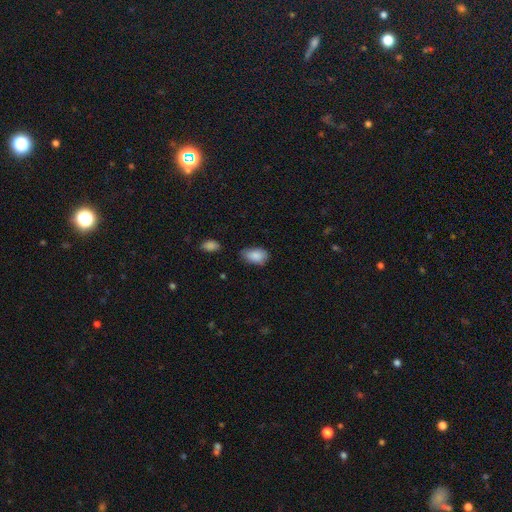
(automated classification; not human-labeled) smooth-or-featured: smooth: 87% | star or artifact: 8% | featured or disk: 5%
  how-rounded: in between: 89% | round: 9% | cigar-shaped: 2%
  merging: none: 59% | minor disturbance: 32% | major disturbance: 6% | merger: 3%